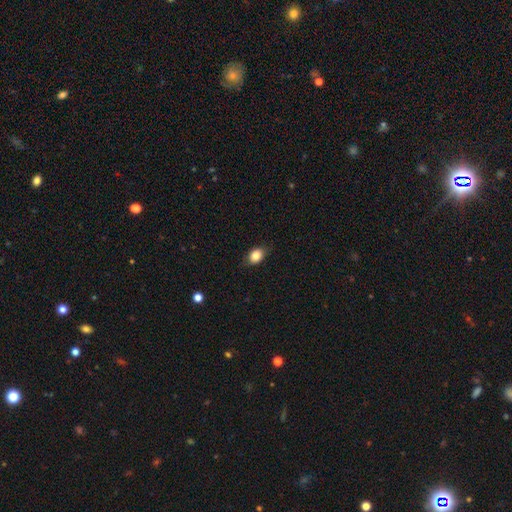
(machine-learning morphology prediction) Q: Smooth or featured?
A: smooth (83%); runner-up: star or artifact (9%)
Q: How rounded?
A: in between (74%); runner-up: round (24%)
Q: Merging?
A: none (79%); runner-up: minor disturbance (17%)